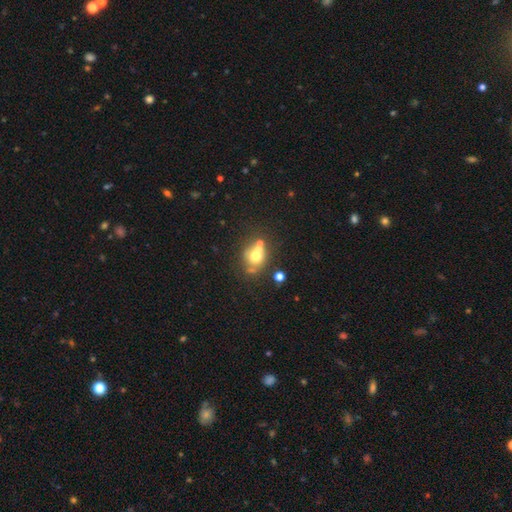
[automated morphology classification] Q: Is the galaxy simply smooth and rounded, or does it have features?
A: smooth — 62%.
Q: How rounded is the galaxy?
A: round — 71%.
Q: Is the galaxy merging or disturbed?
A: none — 53%.